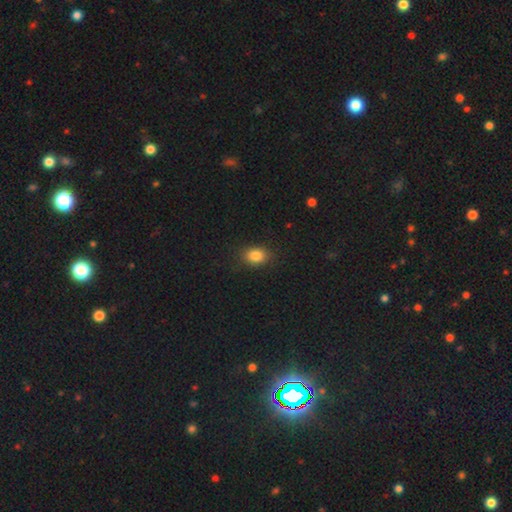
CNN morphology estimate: smooth-or-featured: smooth: 85% | star or artifact: 10% | featured or disk: 5%
  how-rounded: in between: 63% | round: 36% | cigar-shaped: 1%
  merging: none: 85% | minor disturbance: 11% | major disturbance: 3% | merger: 1%